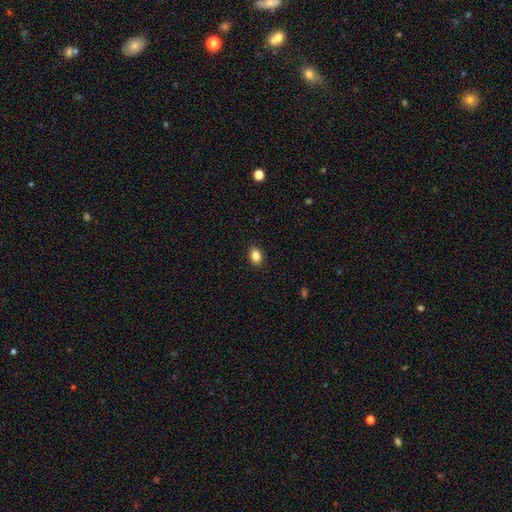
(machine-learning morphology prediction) Smooth or featured: smooth — 86% (star or artifact — 9%)
How rounded: in between — 78% (round — 21%)
Merging: none — 90% (minor disturbance — 7%)